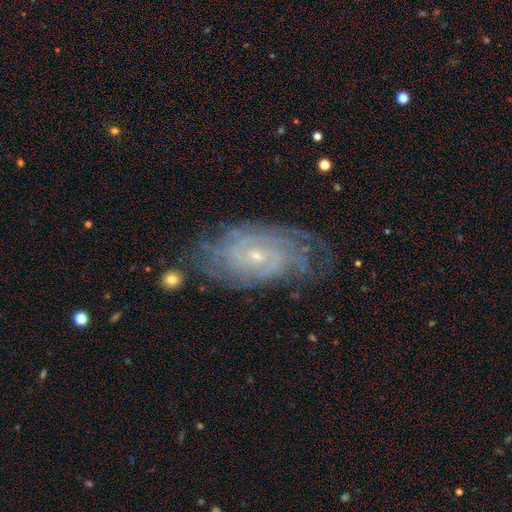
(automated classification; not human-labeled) smooth_or_featured: featured or disk (p=0.83) [alt: smooth p=0.09]
disk_edge_on: no (p=0.95) [alt: yes p=0.05]
bar: no (p=0.65) [alt: weak p=0.29]
has_spiral_arms: yes (p=0.95) [alt: no p=0.05]
spiral_winding: tight (p=0.75) [alt: medium p=0.20]
spiral_arm_count: can't tell (p=0.45) [alt: 4 p=0.15]
bulge_size: small (p=0.73) [alt: moderate p=0.23]
merging: none (p=0.71) [alt: minor disturbance p=0.20]